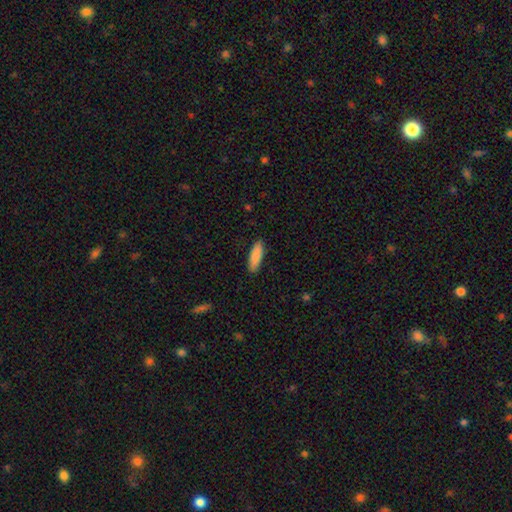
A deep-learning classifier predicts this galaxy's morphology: This appears to be a smooth galaxy with no disk features (87%) that is cigar-shaped (53%). Merging: none (89%).